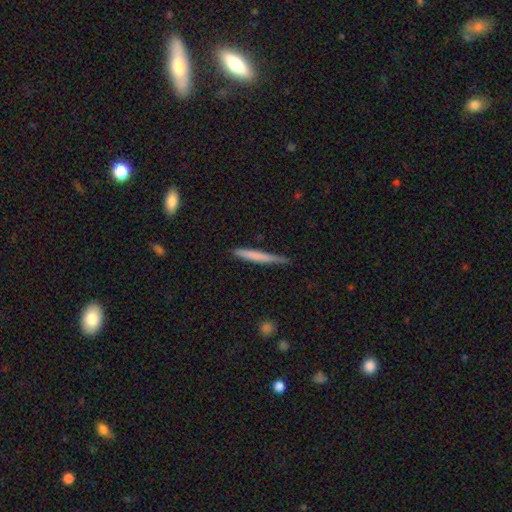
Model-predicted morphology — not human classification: Smooth or featured? Predicted: smooth (p=0.67). How rounded? Predicted: cigar-shaped (p=0.96). Merging? Predicted: none (p=0.74).